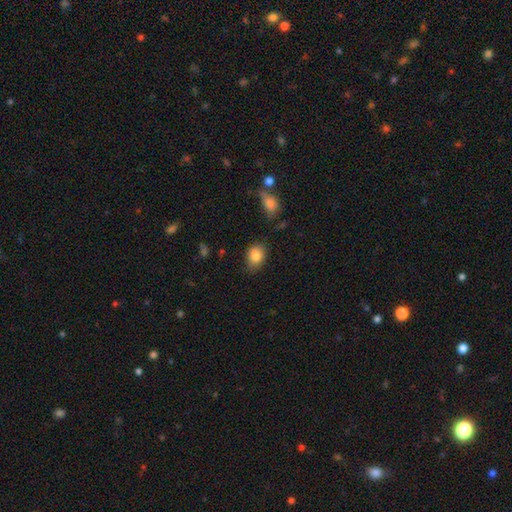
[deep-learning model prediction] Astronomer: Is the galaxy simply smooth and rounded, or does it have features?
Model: smooth — 84%.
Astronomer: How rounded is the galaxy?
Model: in between — 64%.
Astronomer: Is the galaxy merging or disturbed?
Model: none — 68%.